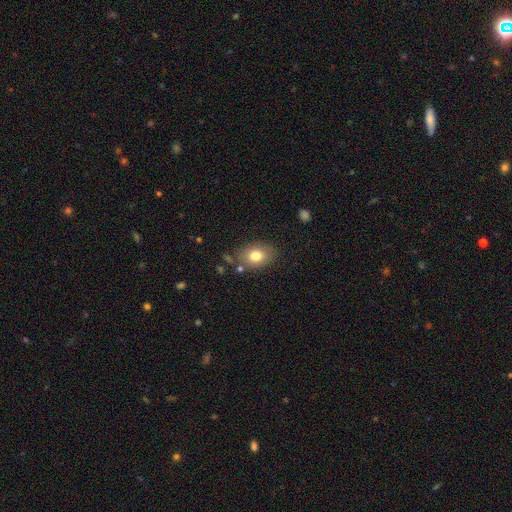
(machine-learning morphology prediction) This is likely a smooth galaxy (78%). How rounded: likely in between (73%). Merging: likely none (78%).